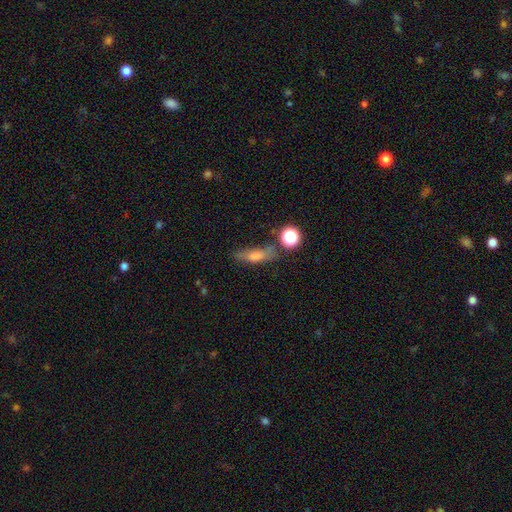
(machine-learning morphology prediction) This appears to be a smooth galaxy with no disk features (54%) that is cigar-shaped (49%). Merging: none (66%).